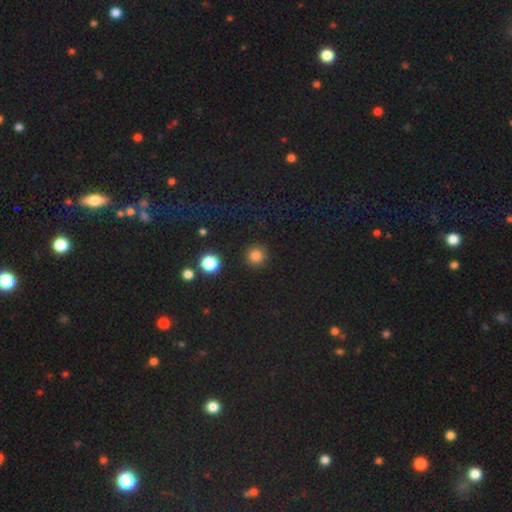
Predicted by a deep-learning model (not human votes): Morphology: type=smooth (82%); roundness=round (94%); merging=none (90%).